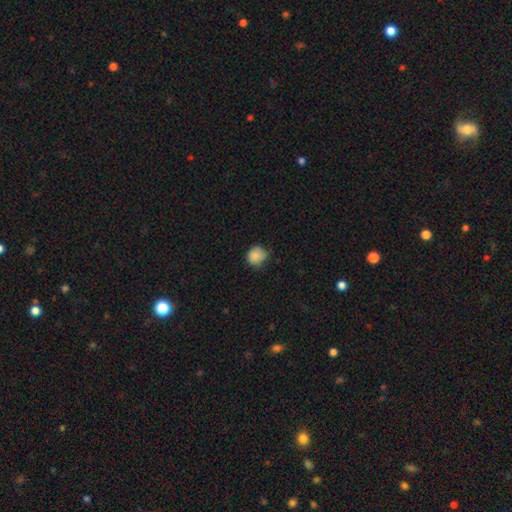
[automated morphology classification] smooth_or_featured: smooth (p=0.85) [alt: star or artifact p=0.08]
how_rounded: round (p=0.85) [alt: in between p=0.15]
merging: none (p=0.61) [alt: minor disturbance p=0.32]